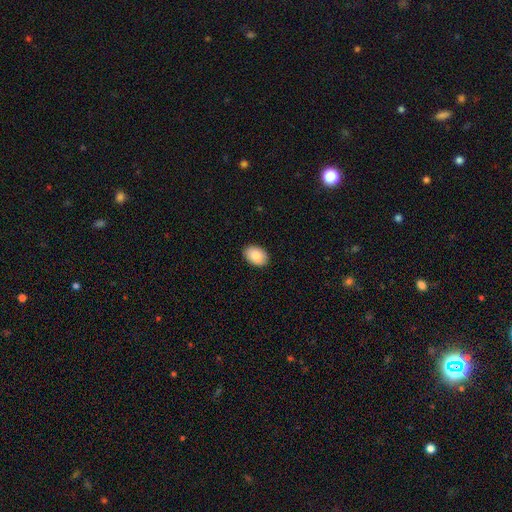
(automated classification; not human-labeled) This is clearly a smooth galaxy (89%). How rounded: clearly in between (88%). Merging: clearly none (89%).